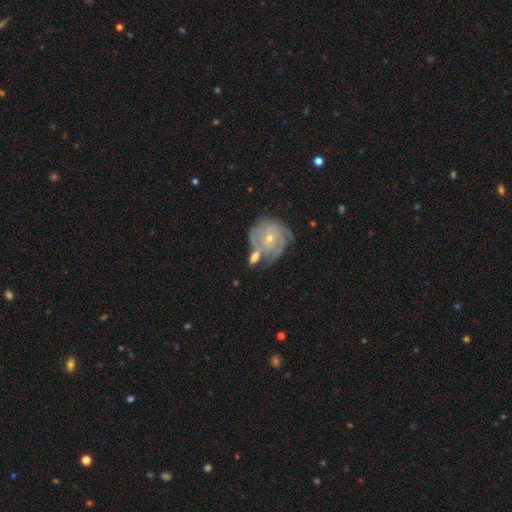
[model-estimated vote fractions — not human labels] A featured or disk galaxy (80%) with no bar (73%), 3 (35%) tight (70%) spiral arms (95%) and a small central bulge (66%). Merging: none (56%).